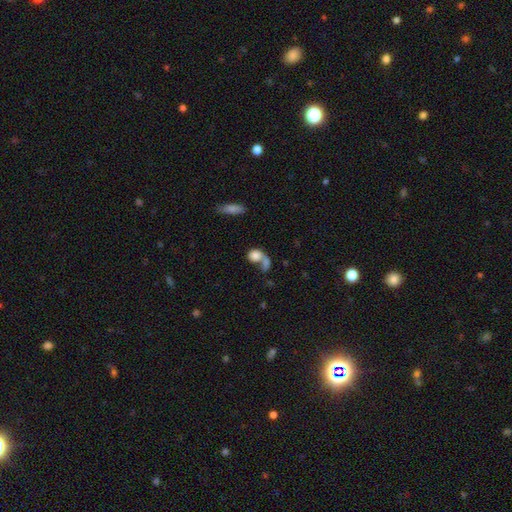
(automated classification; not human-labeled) Smooth or featured?
  - smooth: 72% *
  - featured or disk: 18%
  - star or artifact: 9%
How rounded?
  - round: 55% *
  - in between: 42%
  - cigar-shaped: 3%
Merging?
  - merger: 52% *
  - none: 24%
  - major disturbance: 15%
  - minor disturbance: 9%